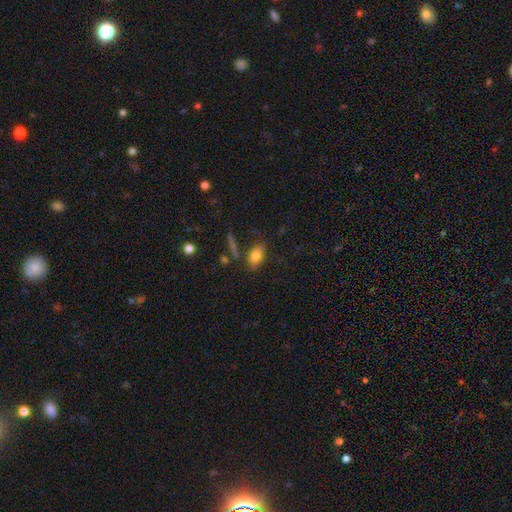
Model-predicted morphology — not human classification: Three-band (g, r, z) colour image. It shows a smooth galaxy with no disk features (79%) that is in between round and cigar-shaped (85%). Merging: none (70%).